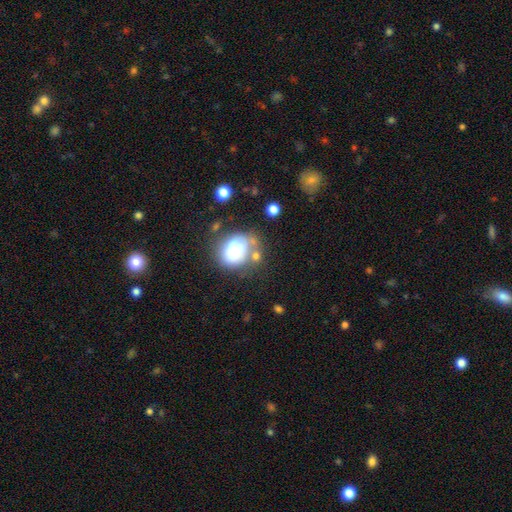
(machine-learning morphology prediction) Smooth or featured? Predicted: smooth (p=0.69). How rounded? Predicted: round (p=0.51). Merging? Predicted: none (p=0.38).